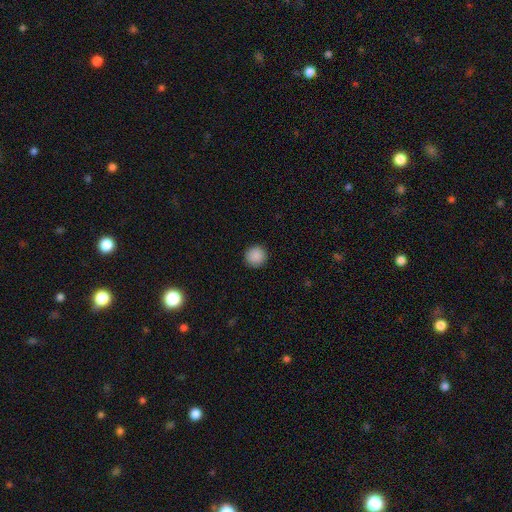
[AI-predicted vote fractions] smooth-or-featured: smooth: 89% | star or artifact: 8% | featured or disk: 2%
  how-rounded: round: 95% | in between: 4% | cigar-shaped: 1%
  merging: none: 93% | minor disturbance: 5% | major disturbance: 2% | merger: 1%